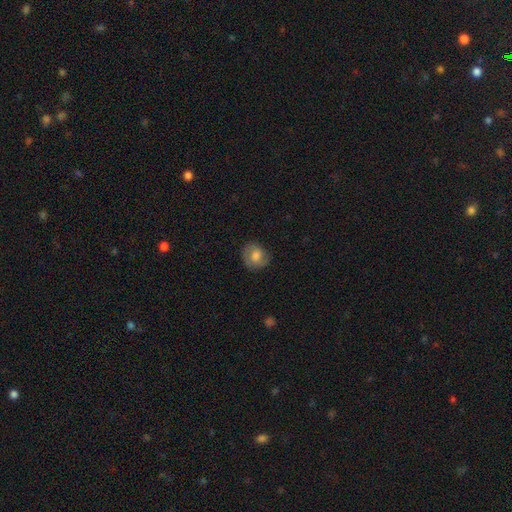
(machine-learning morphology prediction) type=smooth (61%); roundness=round (68%); merging=none (71%).